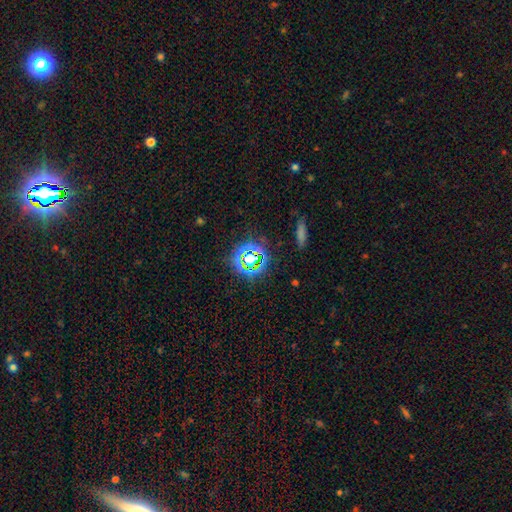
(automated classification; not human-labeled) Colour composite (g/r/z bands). It shows a star or artifact, not a galaxy (67%).